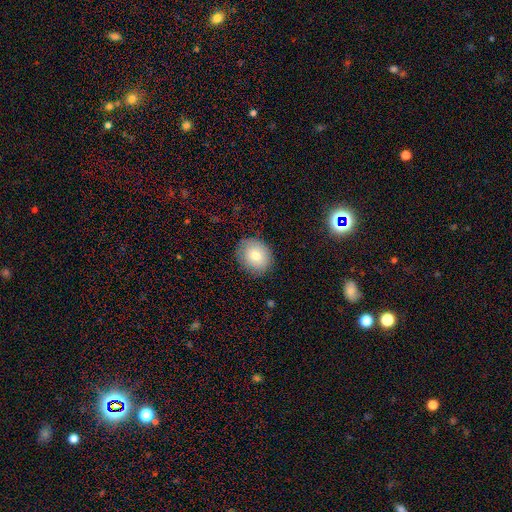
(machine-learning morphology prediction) type=smooth (75%); roundness=round (64%); merging=none (83%).